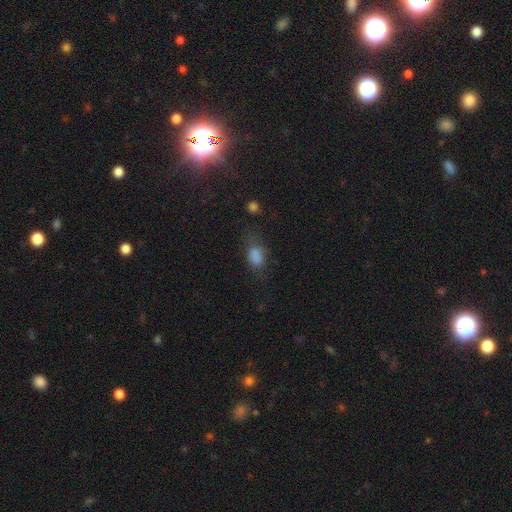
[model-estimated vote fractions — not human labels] A smooth galaxy with no disk features (80%) that is in between round and cigar-shaped (81%). Merging: none (47%).